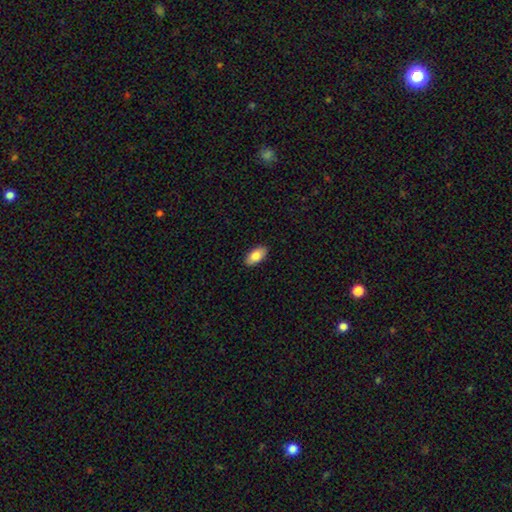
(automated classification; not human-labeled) This is clearly a smooth galaxy (83%). How rounded: clearly in between (93%). Merging: clearly none (89%).